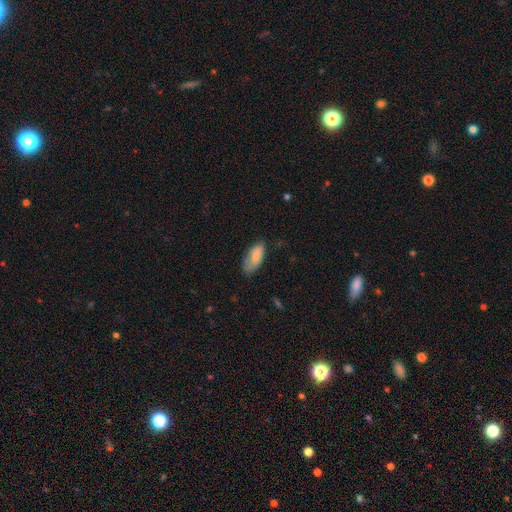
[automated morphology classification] A smooth galaxy with no disk features (83%) that is in between round and cigar-shaped (87%). Merging: none (56%).